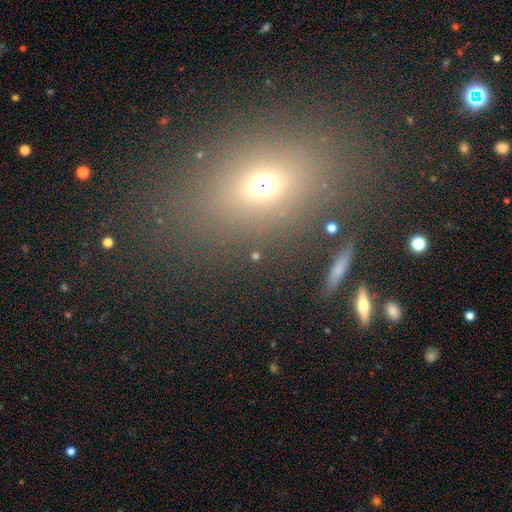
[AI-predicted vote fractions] smooth 54%, star or artifact 31%, featured or disk 16%. Down the decision tree: how rounded — in between (61%); merging — none (78%).